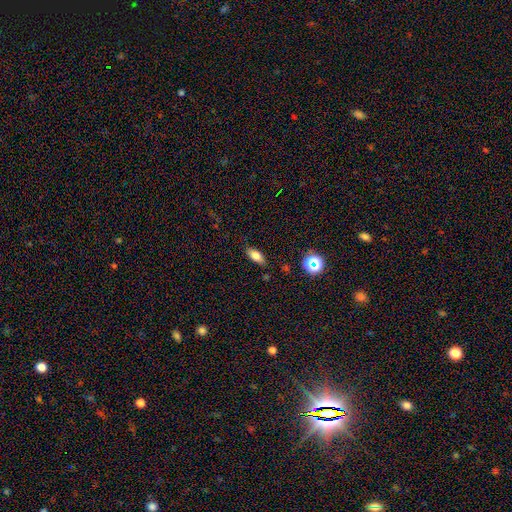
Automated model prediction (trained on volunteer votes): A smooth galaxy with no disk features (77%) that is in between round and cigar-shaped (81%).

Vote fractions:
- Smooth or featured? smooth: 77% / featured or disk: 12% / star or artifact: 11%
- How rounded? in between: 81% / cigar-shaped: 14% / round: 5%
- Merging? none: 82% / minor disturbance: 13% / major disturbance: 3% / merger: 2%